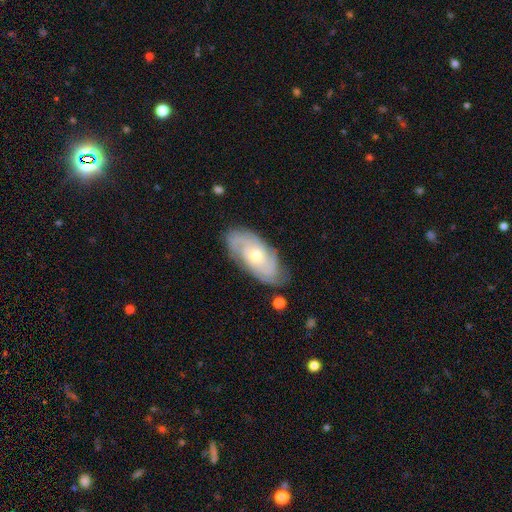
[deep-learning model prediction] Smooth or featured? Predicted: featured or disk (p=0.78). Edge-on disk? Predicted: no (p=0.93). Bar? Predicted: no (p=0.73). Spiral arms? Predicted: yes (p=0.93). Spiral winding? Predicted: tight (p=0.63). Spiral arm count? Predicted: can't tell (p=0.34). Bulge size? Predicted: moderate (p=0.58). Merging? Predicted: none (p=0.76).